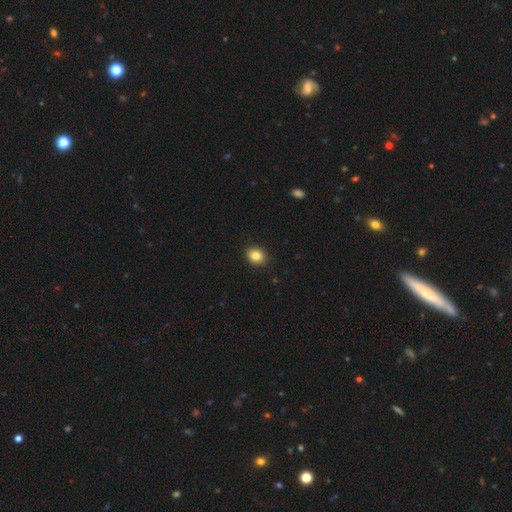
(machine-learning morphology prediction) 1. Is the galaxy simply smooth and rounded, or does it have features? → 85% smooth, 10% star or artifact, 6% featured or disk.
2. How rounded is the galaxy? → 60% round, 39% in between, 1% cigar-shaped.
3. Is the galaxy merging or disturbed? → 90% none, 8% minor disturbance, 2% major disturbance, 1% merger.